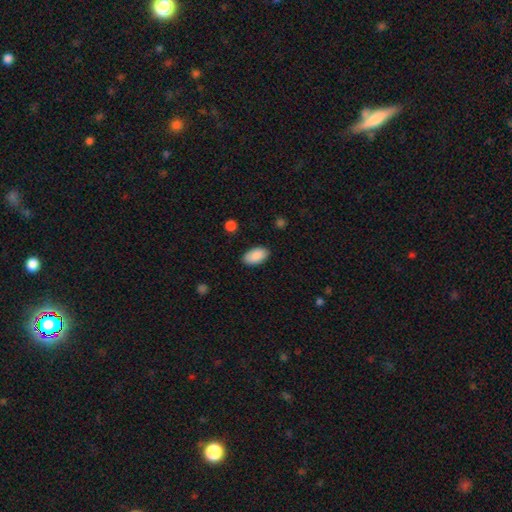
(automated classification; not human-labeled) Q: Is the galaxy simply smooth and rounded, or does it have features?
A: smooth — 90%.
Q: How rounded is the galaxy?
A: in between — 95%.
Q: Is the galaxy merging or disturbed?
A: none — 87%.